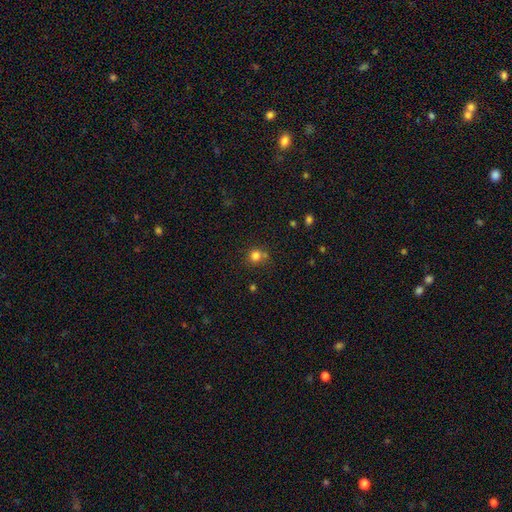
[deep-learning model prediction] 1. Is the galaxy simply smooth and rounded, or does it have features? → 79% smooth, 14% star or artifact, 7% featured or disk.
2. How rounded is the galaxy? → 86% round, 13% in between, 1% cigar-shaped.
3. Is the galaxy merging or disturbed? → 64% none, 20% merger, 12% minor disturbance, 4% major disturbance.